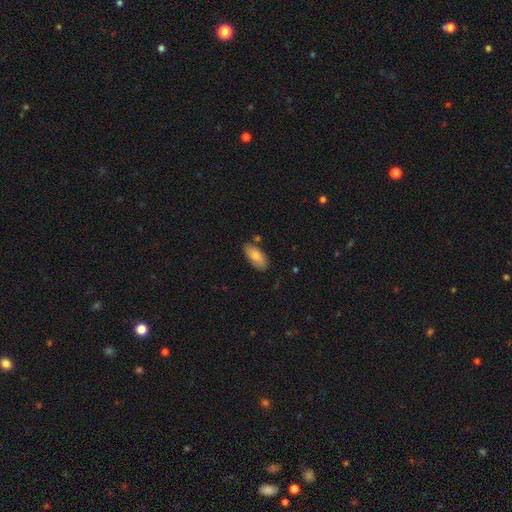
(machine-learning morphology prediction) The model was most divided on "merging": none: 75%, minor disturbance: 18%, merger: 4%, major disturbance: 3%. More confident: how rounded — in between (87%); smooth or featured — smooth (79%).